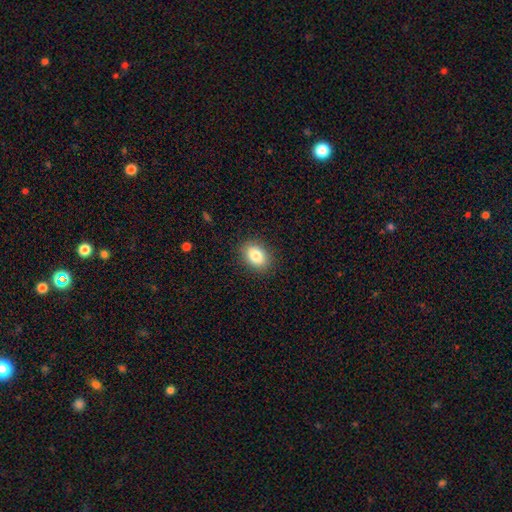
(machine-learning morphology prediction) Smooth or featured?
  - smooth: 84% *
  - star or artifact: 8%
  - featured or disk: 8%
How rounded?
  - in between: 74% *
  - round: 25%
  - cigar-shaped: 1%
Merging?
  - none: 88% *
  - minor disturbance: 9%
  - major disturbance: 2%
  - merger: 1%